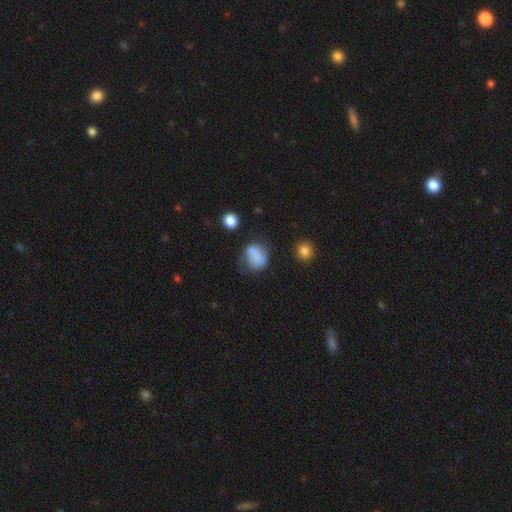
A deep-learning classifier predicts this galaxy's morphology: Q: Smooth or featured?
A: smooth (75%); runner-up: featured or disk (14%)
Q: How rounded?
A: round (52%); runner-up: in between (47%)
Q: Merging?
A: none (48%); runner-up: minor disturbance (27%)